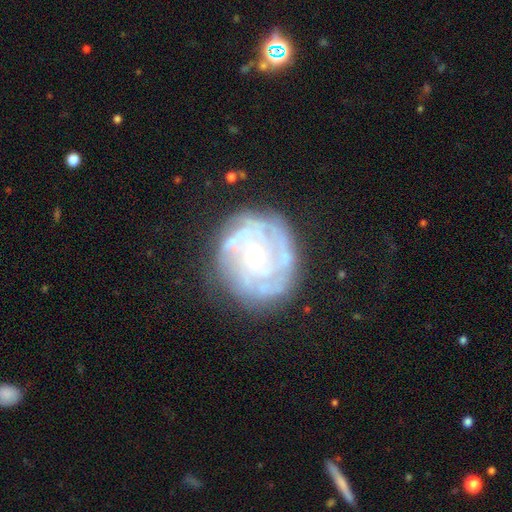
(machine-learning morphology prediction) type=featured or disk (80%); edge-on=no (98%); bar=no (76%); spiral arms=yes (87%); winding=tight (71%); arm count=can't tell (44%); bulge=small (75%); merging=none (74%).